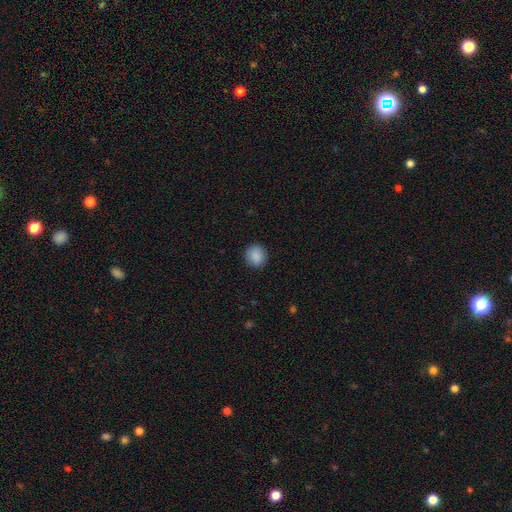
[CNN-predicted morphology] Smooth or featured? Predicted: smooth (p=0.89). How rounded? Predicted: round (p=0.85). Merging? Predicted: none (p=0.90).